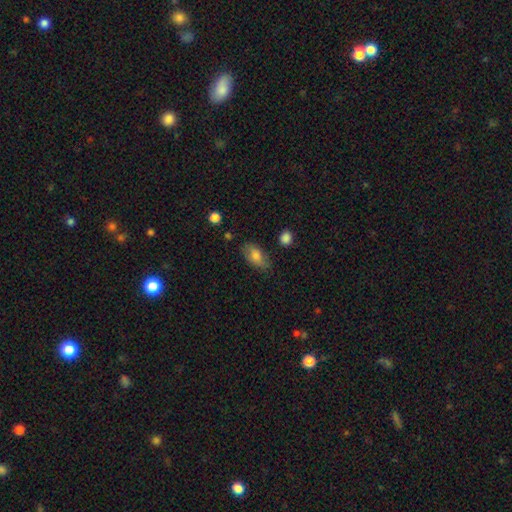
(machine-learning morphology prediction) smooth_or_featured: smooth (p=0.77) [alt: featured or disk p=0.15]
how_rounded: in between (p=0.91) [alt: round p=0.05]
merging: none (p=0.74) [alt: minor disturbance p=0.19]